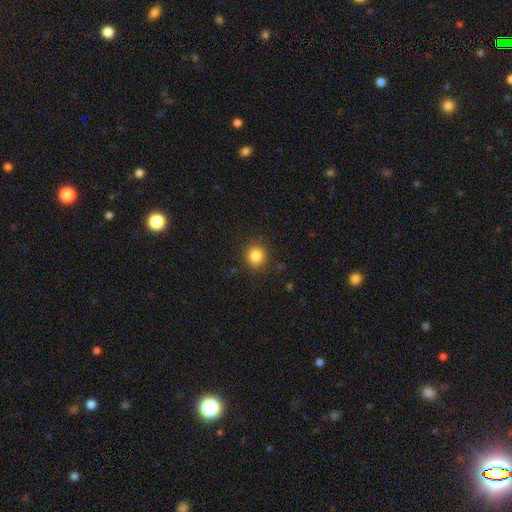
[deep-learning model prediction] Smooth or featured: smooth — 83% (star or artifact — 12%)
How rounded: round — 90% (in between — 9%)
Merging: none — 88% (minor disturbance — 8%)